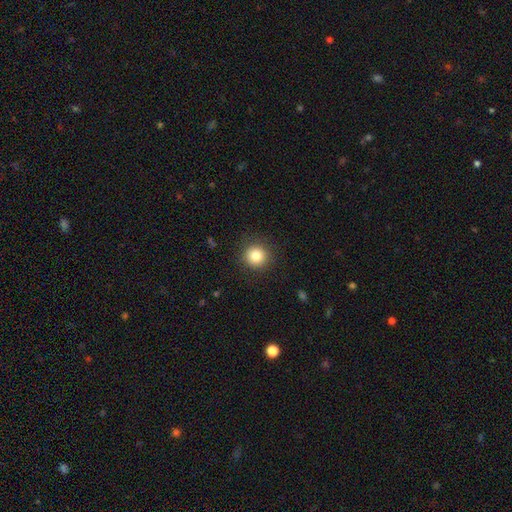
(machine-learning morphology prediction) smooth_or_featured: smooth (p=0.83) [alt: star or artifact p=0.11]
how_rounded: round (p=0.94) [alt: in between p=0.05]
merging: none (p=0.90) [alt: minor disturbance p=0.07]